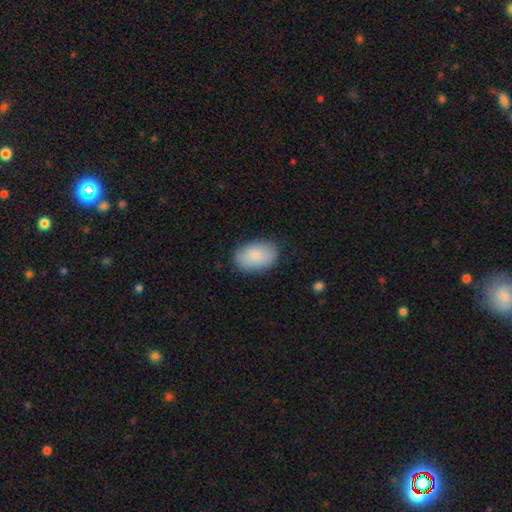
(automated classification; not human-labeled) Smooth or featured: smooth — 85% (featured or disk — 9%)
How rounded: in between — 89% (round — 10%)
Merging: none — 83% (minor disturbance — 13%)